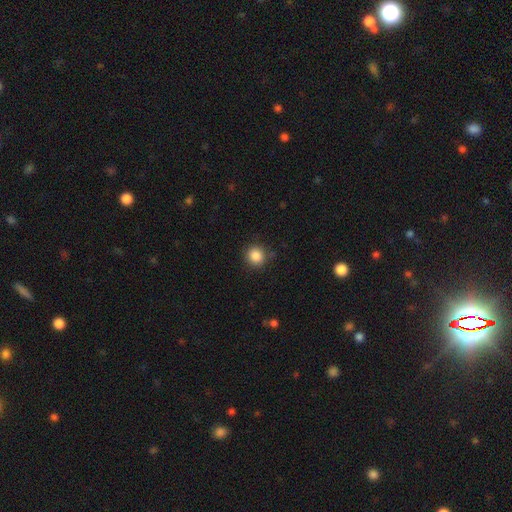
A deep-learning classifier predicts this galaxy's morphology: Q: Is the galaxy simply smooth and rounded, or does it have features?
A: smooth — 86%.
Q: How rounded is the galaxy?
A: round — 92%.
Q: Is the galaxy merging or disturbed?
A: none — 88%.